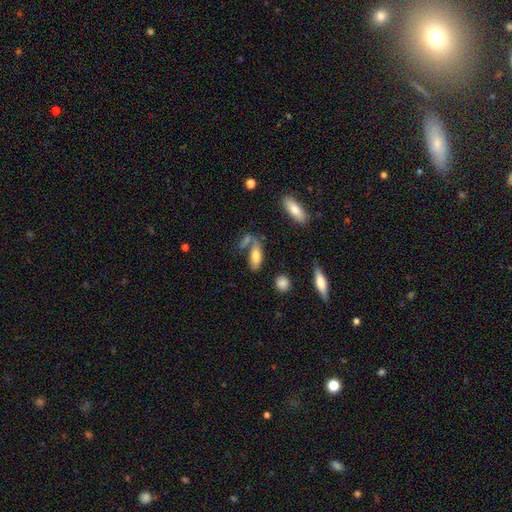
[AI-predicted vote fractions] This is likely a smooth galaxy (70%). How rounded: likely in between (75%). Merging: marginally none (42%).